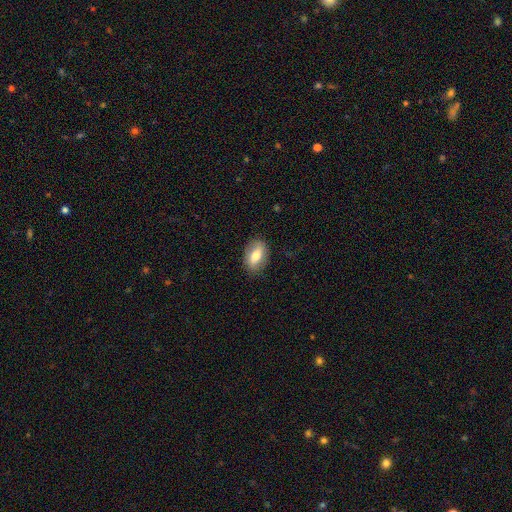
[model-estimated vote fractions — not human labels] Smooth or featured? Predicted: smooth (p=0.69). How rounded? Predicted: in between (p=0.87). Merging? Predicted: none (p=0.83).